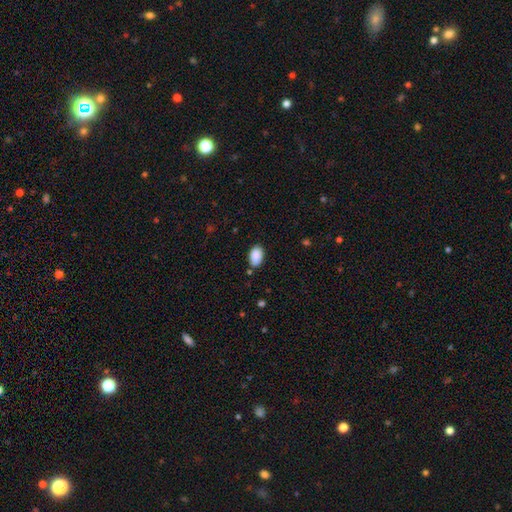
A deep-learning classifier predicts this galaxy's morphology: smooth-or-featured: smooth: 89% | star or artifact: 7% | featured or disk: 4%
  how-rounded: in between: 92% | round: 7% | cigar-shaped: 1%
  merging: none: 78% | minor disturbance: 16% | major disturbance: 3% | merger: 3%